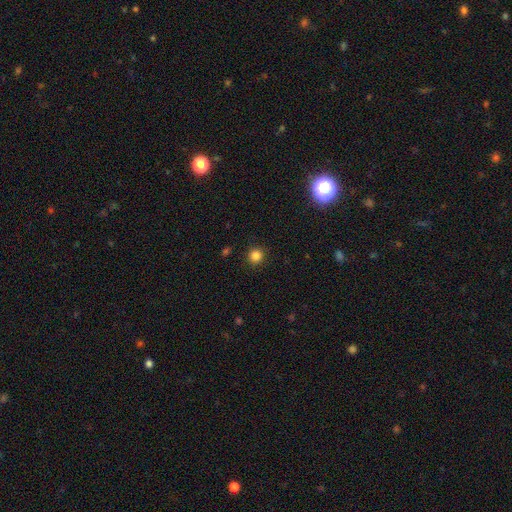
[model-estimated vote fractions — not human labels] Q: Smooth or featured?
A: smooth (85%); runner-up: star or artifact (12%)
Q: How rounded?
A: round (94%); runner-up: in between (5%)
Q: Merging?
A: none (91%); runner-up: minor disturbance (6%)